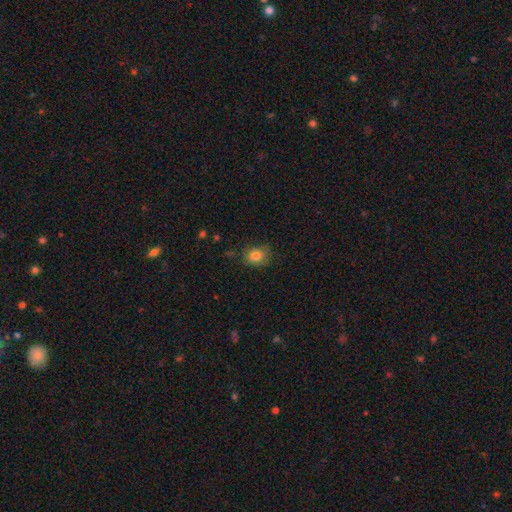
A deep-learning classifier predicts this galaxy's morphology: smooth_or_featured: smooth (p=0.82) [alt: star or artifact p=0.10]
how_rounded: round (p=0.52) [alt: in between p=0.47]
merging: none (p=0.74) [alt: minor disturbance p=0.20]